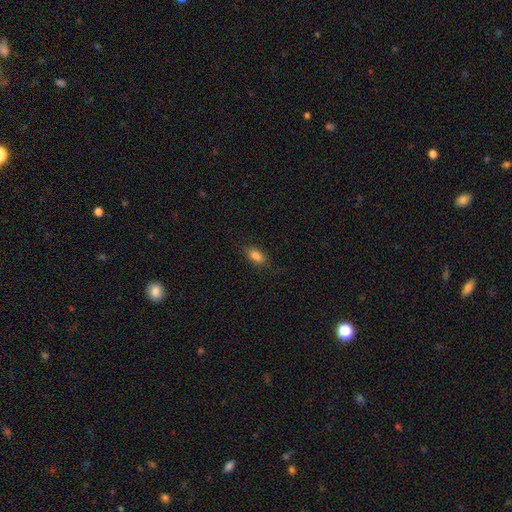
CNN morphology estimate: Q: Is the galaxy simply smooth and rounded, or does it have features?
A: smooth — 84%.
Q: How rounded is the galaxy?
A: in between — 88%.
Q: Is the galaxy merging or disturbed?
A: none — 81%.